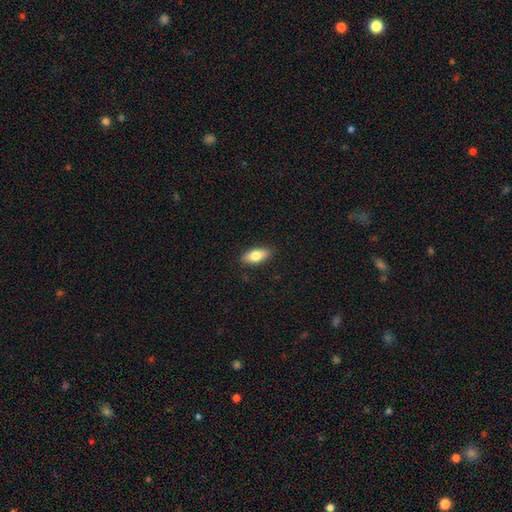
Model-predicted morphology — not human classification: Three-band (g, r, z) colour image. It shows a smooth galaxy with no disk features (75%) that is in between round and cigar-shaped (80%). Merging: none (89%).